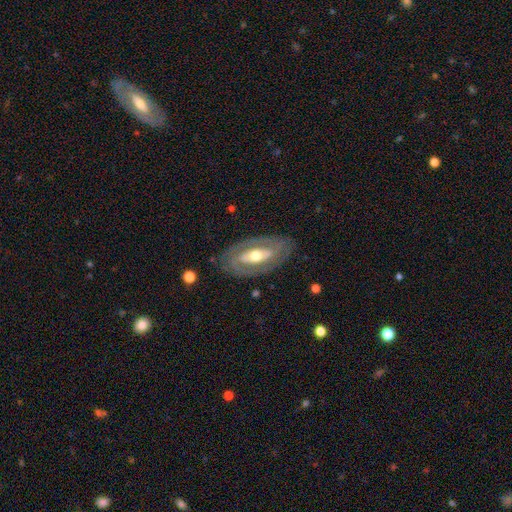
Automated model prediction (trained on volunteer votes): This is likely a featured or disk galaxy (75%). It is clearly not viewed edge-on (89%). Bar: marginally no (37%). Spiral arm pattern: likely yes (61%). Central bulge: likely moderate (64%). Merging: clearly none (81%).